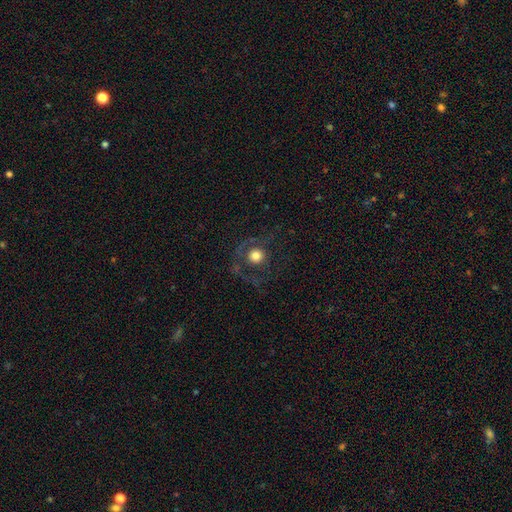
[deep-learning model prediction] This appears to be a smooth galaxy with no disk features (56%) that is round (93%). Merging: none (62%).